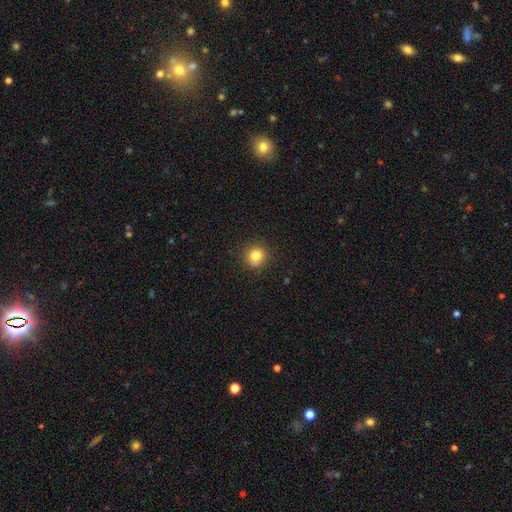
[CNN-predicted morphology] smooth_or_featured: smooth (p=0.81) [alt: star or artifact p=0.12]
how_rounded: round (p=0.90) [alt: in between p=0.09]
merging: none (p=0.87) [alt: minor disturbance p=0.09]